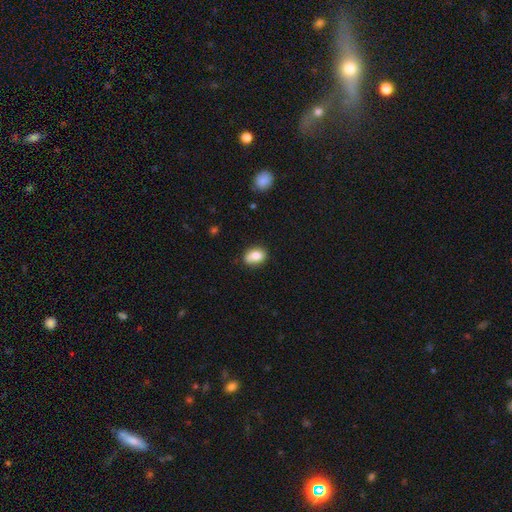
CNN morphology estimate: smooth_or_featured: smooth (p=0.79) [alt: featured or disk p=0.12]
how_rounded: in between (p=0.66) [alt: round p=0.32]
merging: none (p=0.62) [alt: minor disturbance p=0.24]